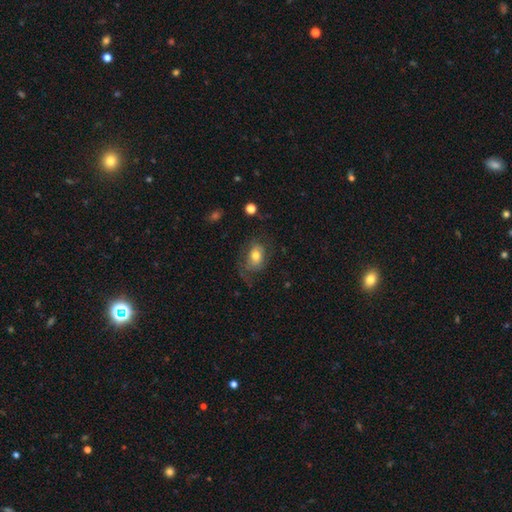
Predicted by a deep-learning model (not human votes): smooth-or-featured: smooth: 61% | featured or disk: 31% | star or artifact: 8%
  how-rounded: in between: 76% | round: 22% | cigar-shaped: 1%
  merging: none: 49% | major disturbance: 25% | minor disturbance: 24% | merger: 2%